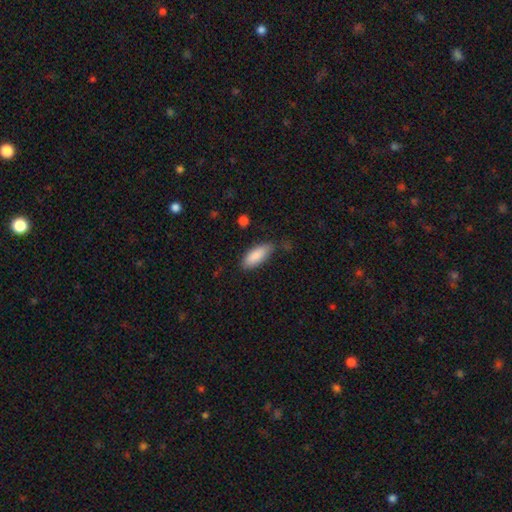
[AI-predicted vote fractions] Smooth or featured? Predicted: smooth (p=0.88). How rounded? Predicted: in between (p=0.78). Merging? Predicted: none (p=0.73).